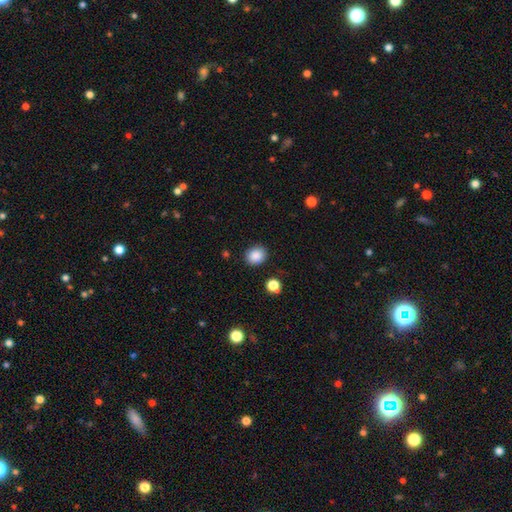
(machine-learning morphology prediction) smooth 87%, star or artifact 10%, featured or disk 4%. Down the decision tree: how rounded — round (63%); merging — none (87%).